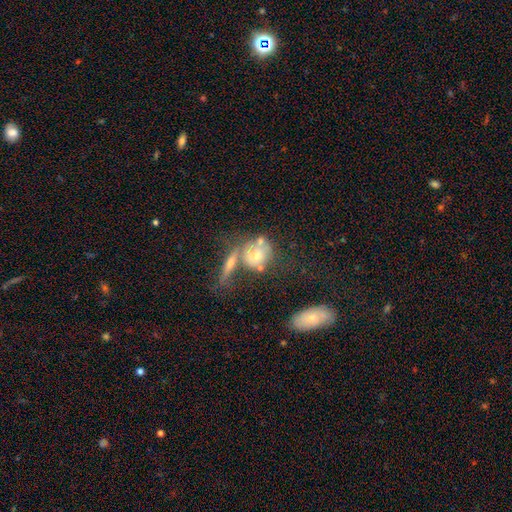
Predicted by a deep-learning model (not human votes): The model was most divided on "merging": none: 40%, merger: 36%, minor disturbance: 14%, major disturbance: 10%. Remaining: smooth or featured — smooth (49%).